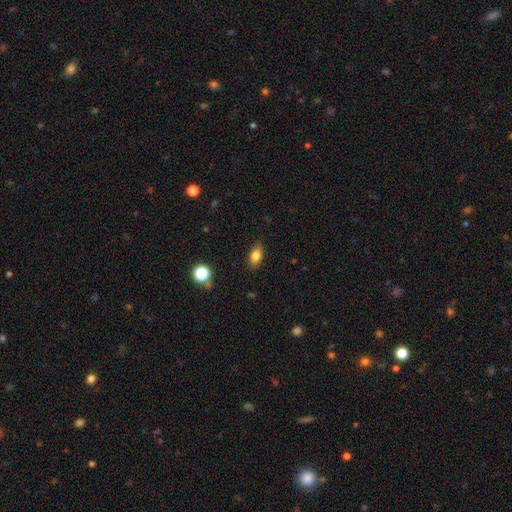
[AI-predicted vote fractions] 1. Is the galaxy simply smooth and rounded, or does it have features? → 79% smooth, 11% featured or disk, 10% star or artifact.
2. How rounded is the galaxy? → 81% in between, 13% round, 6% cigar-shaped.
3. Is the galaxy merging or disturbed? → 84% none, 12% minor disturbance, 3% major disturbance, 1% merger.